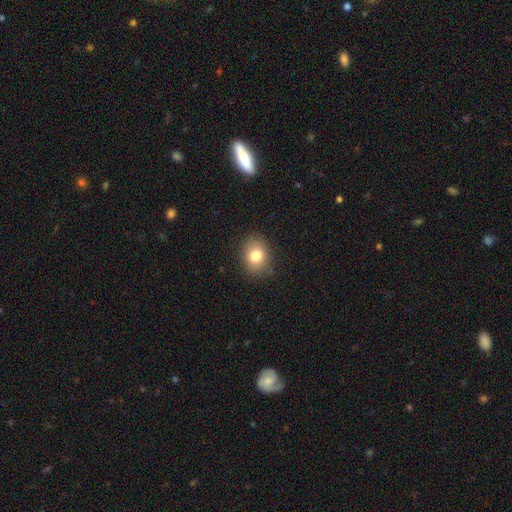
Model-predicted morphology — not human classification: Smooth or featured?
  - smooth: 80% *
  - star or artifact: 10%
  - featured or disk: 10%
How rounded?
  - in between: 53% *
  - round: 46%
  - cigar-shaped: 1%
Merging?
  - none: 86% *
  - minor disturbance: 10%
  - major disturbance: 3%
  - merger: 1%